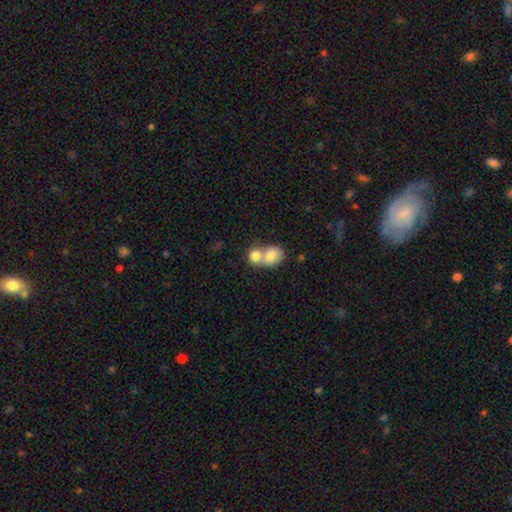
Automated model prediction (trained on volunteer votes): Overall: smooth (79%). How rounded: round (57%; in between 41%). Merging: merger (68%).